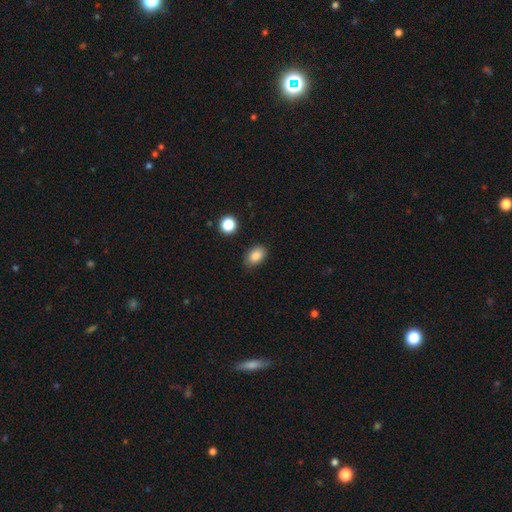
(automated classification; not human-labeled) Smooth or featured: smooth — 85% (star or artifact — 9%)
How rounded: in between — 85% (round — 13%)
Merging: none — 82% (minor disturbance — 13%)